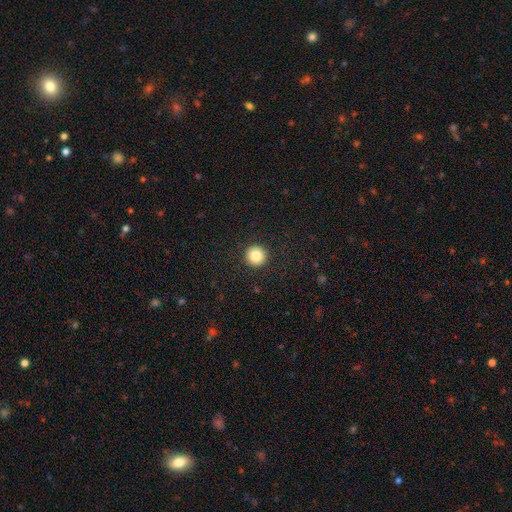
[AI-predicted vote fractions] Smooth or featured?
  - smooth: 83% *
  - star or artifact: 10%
  - featured or disk: 7%
How rounded?
  - round: 96% *
  - in between: 3%
  - cigar-shaped: 1%
Merging?
  - none: 93% *
  - minor disturbance: 4%
  - major disturbance: 2%
  - merger: 1%